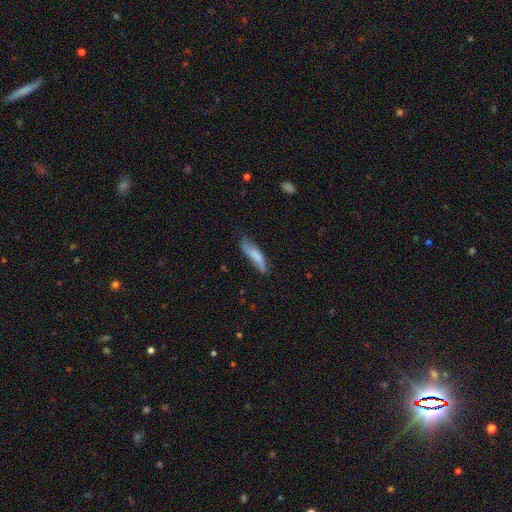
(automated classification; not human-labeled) Smooth or featured? Predicted: smooth (p=0.69). How rounded? Predicted: cigar-shaped (p=0.70). Merging? Predicted: none (p=0.49).